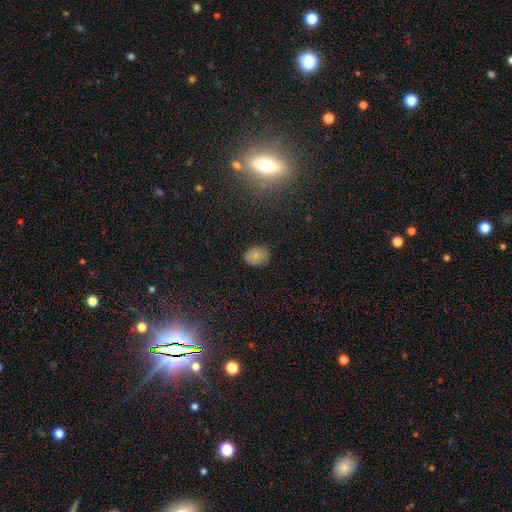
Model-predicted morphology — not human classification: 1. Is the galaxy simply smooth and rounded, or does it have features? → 79% smooth, 12% star or artifact, 9% featured or disk.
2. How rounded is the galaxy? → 69% in between, 30% round, 1% cigar-shaped.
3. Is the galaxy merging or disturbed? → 83% none, 13% minor disturbance, 3% major disturbance, 1% merger.